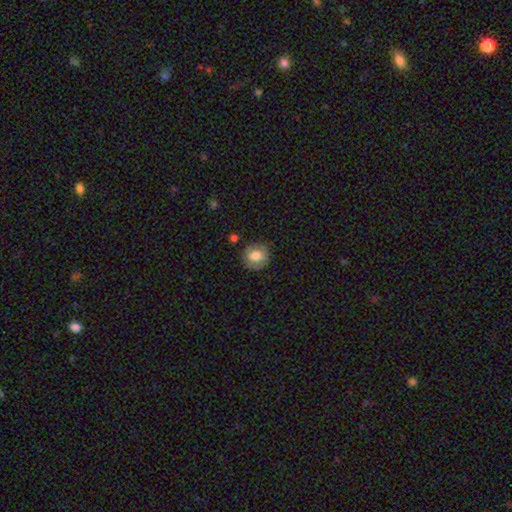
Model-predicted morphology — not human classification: Smooth or featured? smooth (69%)
How rounded? round (86%)
Merging? none (83%)